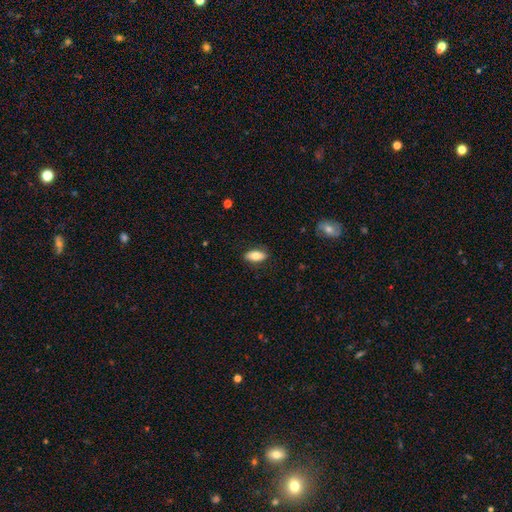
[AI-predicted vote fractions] A smooth galaxy with no disk features (79%) that is in between round and cigar-shaped (87%).

Vote fractions:
- Smooth or featured? smooth: 79% / featured or disk: 15% / star or artifact: 7%
- How rounded? in between: 87% / cigar-shaped: 10% / round: 3%
- Merging? none: 86% / minor disturbance: 11% / major disturbance: 2% / merger: 1%